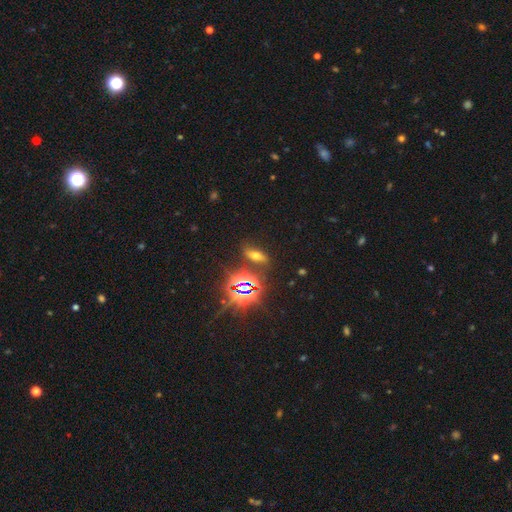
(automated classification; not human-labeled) smooth 43%, star or artifact 40%, featured or disk 17%. Down the decision tree: merging — none (76%).